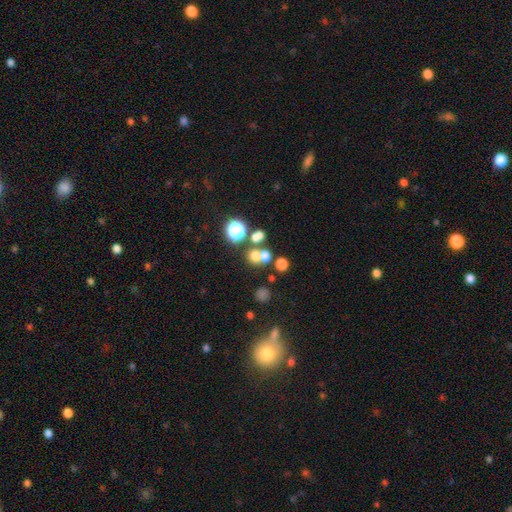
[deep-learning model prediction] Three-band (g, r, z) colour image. It shows a smooth galaxy with no disk features (62%) that is round (80%). Merging: none (50%).